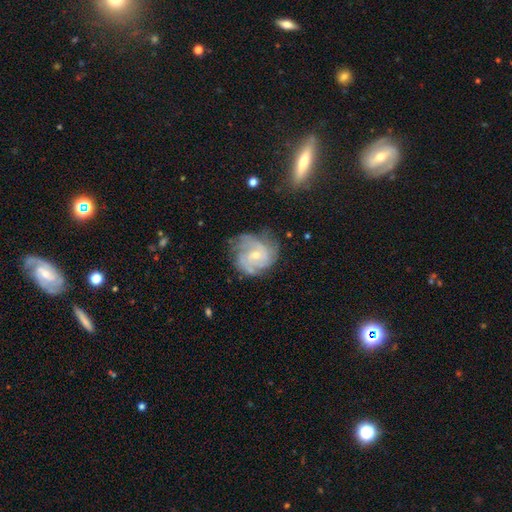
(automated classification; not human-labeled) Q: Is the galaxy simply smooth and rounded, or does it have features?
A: featured or disk — 81%.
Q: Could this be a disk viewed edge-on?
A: no — 98%.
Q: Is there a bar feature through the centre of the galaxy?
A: no — 65%.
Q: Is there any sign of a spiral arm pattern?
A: yes — 93%.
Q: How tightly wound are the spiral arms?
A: tight — 59%.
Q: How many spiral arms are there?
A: can't tell — 33%.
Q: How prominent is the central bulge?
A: small — 62%.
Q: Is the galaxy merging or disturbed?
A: none — 63%.